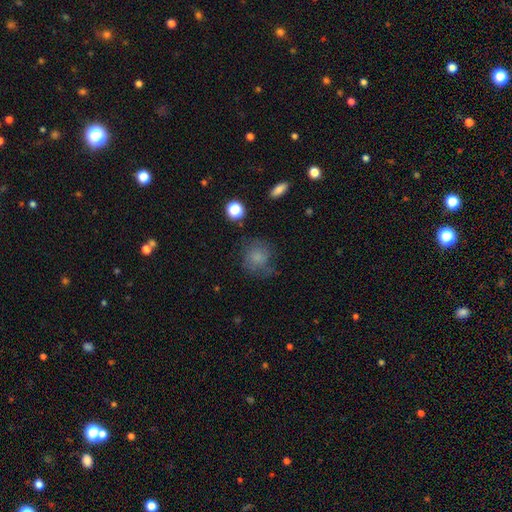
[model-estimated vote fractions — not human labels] smooth 69%, featured or disk 17%, star or artifact 14%. Down the decision tree: how rounded — round (82%); merging — none (64%).